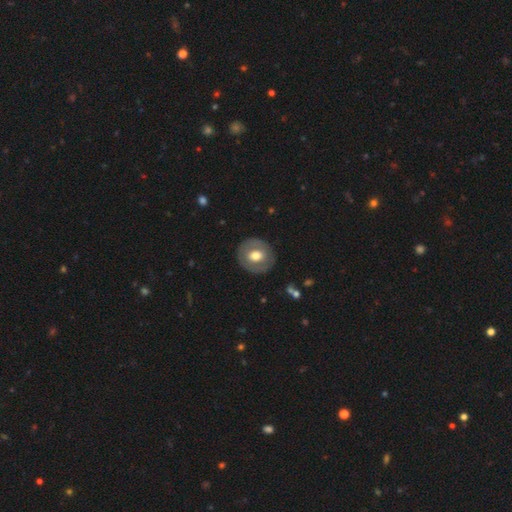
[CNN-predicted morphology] Smooth or featured? smooth (51%)
How rounded? round (76%)
Merging? none (87%)